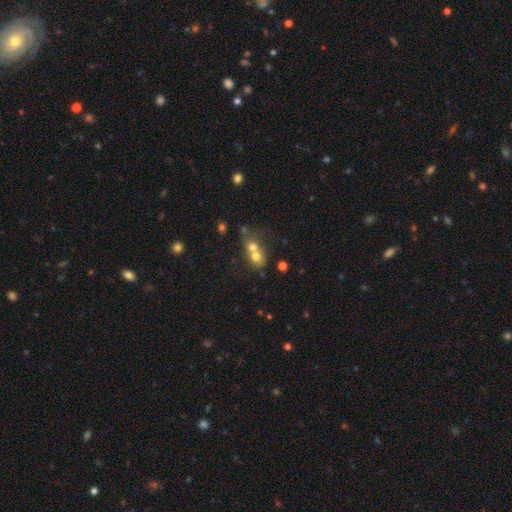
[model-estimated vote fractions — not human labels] A smooth galaxy with no disk features (65%) that is round (67%).

Vote fractions:
- Smooth or featured? smooth: 65% / featured or disk: 21% / star or artifact: 14%
- How rounded? round: 67% / in between: 32% / cigar-shaped: 2%
- Merging? merger: 68% / none: 23% / minor disturbance: 5% / major disturbance: 4%